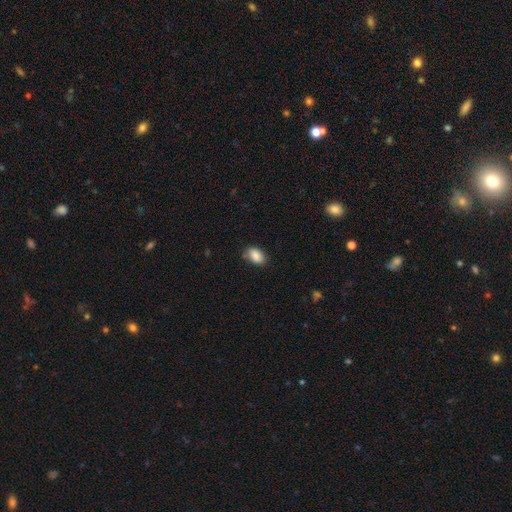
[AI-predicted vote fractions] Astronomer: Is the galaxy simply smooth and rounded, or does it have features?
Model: smooth — 86%.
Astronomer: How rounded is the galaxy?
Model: in between — 85%.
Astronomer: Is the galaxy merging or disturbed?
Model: none — 75%.